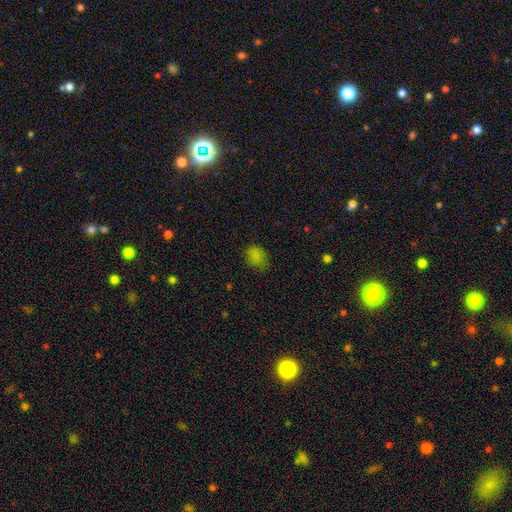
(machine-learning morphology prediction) smooth_or_featured: smooth (p=0.79) [alt: star or artifact p=0.15]
how_rounded: in between (p=0.51) [alt: round p=0.47]
merging: none (p=0.70) [alt: minor disturbance p=0.23]